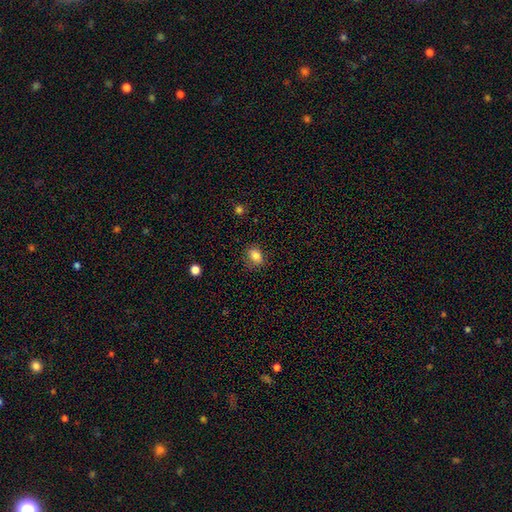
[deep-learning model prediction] A smooth galaxy with no disk features (84%) that is in between round and cigar-shaped (63%).

Vote fractions:
- Smooth or featured? smooth: 84% / star or artifact: 10% / featured or disk: 6%
- How rounded? in between: 63% / round: 36% / cigar-shaped: 1%
- Merging? none: 81% / minor disturbance: 14% / major disturbance: 4% / merger: 1%